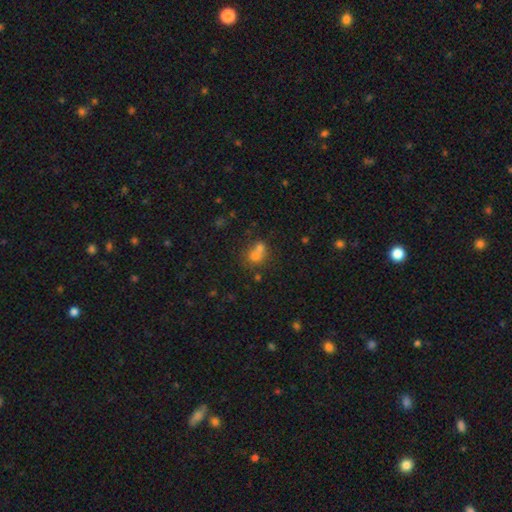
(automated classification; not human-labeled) smooth-or-featured: smooth: 65% | featured or disk: 18% | star or artifact: 17%
  how-rounded: round: 72% | in between: 26% | cigar-shaped: 1%
  merging: merger: 58% | none: 32% | minor disturbance: 7% | major disturbance: 4%